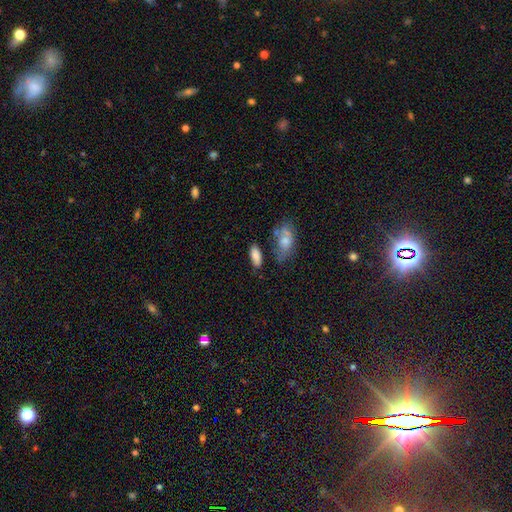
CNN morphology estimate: smooth-or-featured: smooth: 83% | featured or disk: 9% | star or artifact: 8%
  how-rounded: in between: 83% | cigar-shaped: 15% | round: 3%
  merging: none: 64% | minor disturbance: 20% | merger: 9% | major disturbance: 7%